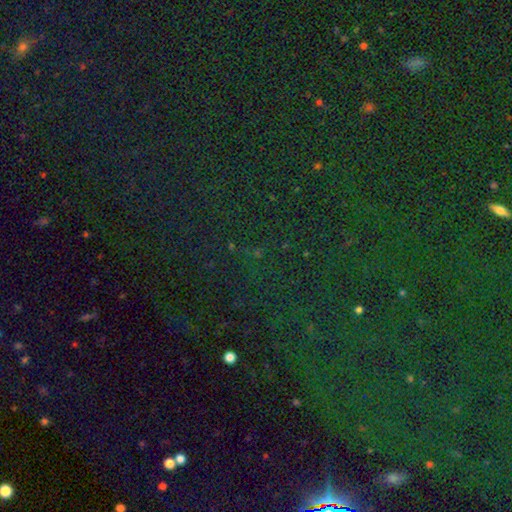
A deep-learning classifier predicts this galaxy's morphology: Overall: star or artifact (82%).